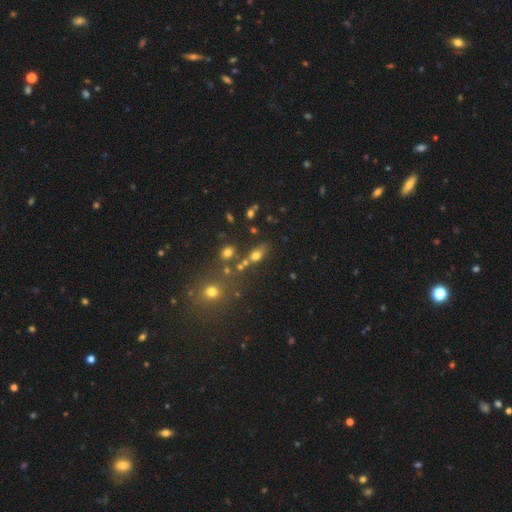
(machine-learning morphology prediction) Smooth or featured? Predicted: smooth (p=0.69). How rounded? Predicted: in between (p=0.69). Merging? Predicted: none (p=0.54).